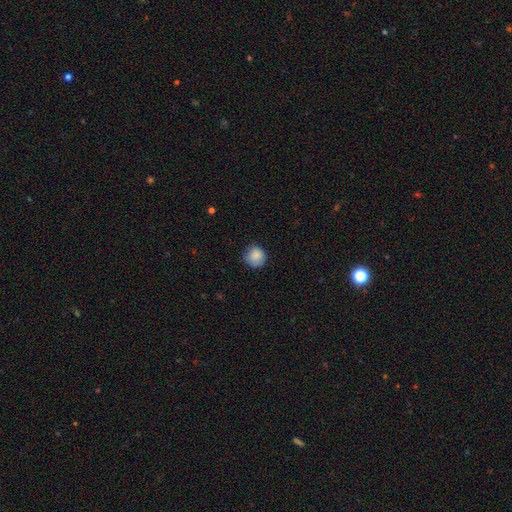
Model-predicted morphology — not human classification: Overall: smooth (87%). How rounded: round (91%). Merging: none (80%).